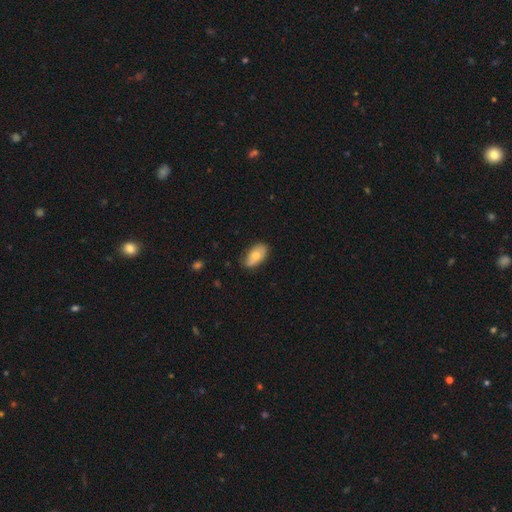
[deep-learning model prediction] This is likely a smooth galaxy (73%). How rounded: clearly in between (92%). Merging: likely none (71%).